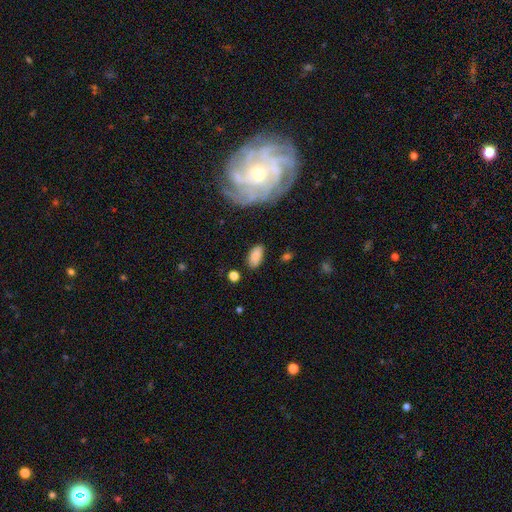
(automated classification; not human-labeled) A smooth galaxy with no disk features (85%) that is in between round and cigar-shaped (92%). Merging: none (80%).